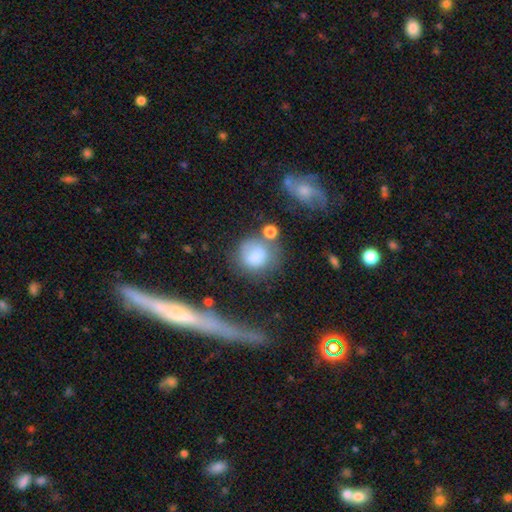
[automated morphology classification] Q: Smooth or featured?
A: smooth (76%); runner-up: featured or disk (13%)
Q: How rounded?
A: round (80%); runner-up: in between (19%)
Q: Merging?
A: none (49%); runner-up: minor disturbance (22%)